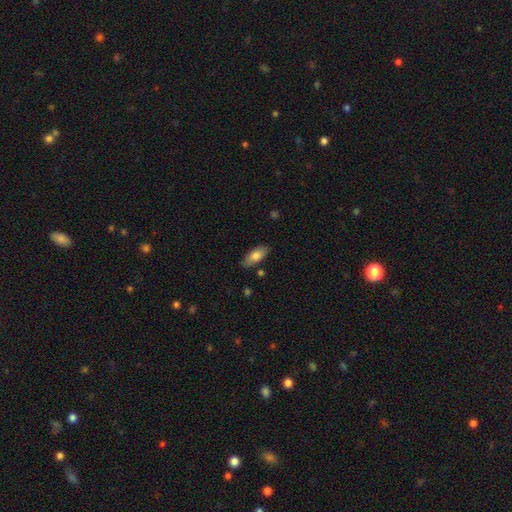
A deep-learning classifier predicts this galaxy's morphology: The model was most divided on "smooth or featured": smooth: 77%, featured or disk: 16%, star or artifact: 7%. More confident: merging — none (83%); how rounded — in between (82%).